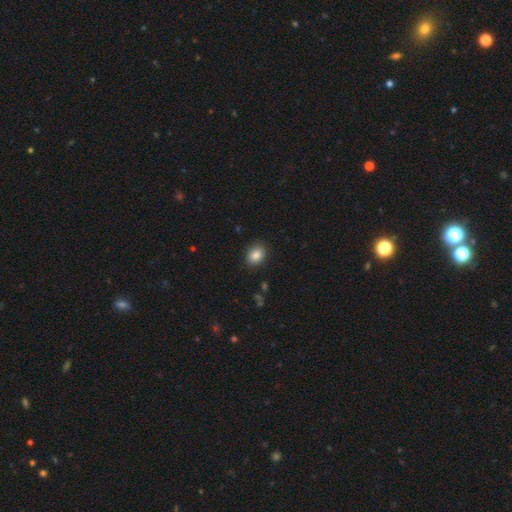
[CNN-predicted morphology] Smooth or featured?
  - smooth: 86% *
  - star or artifact: 9%
  - featured or disk: 5%
How rounded?
  - in between: 58% *
  - round: 41%
  - cigar-shaped: 1%
Merging?
  - none: 88% *
  - minor disturbance: 9%
  - major disturbance: 2%
  - merger: 1%